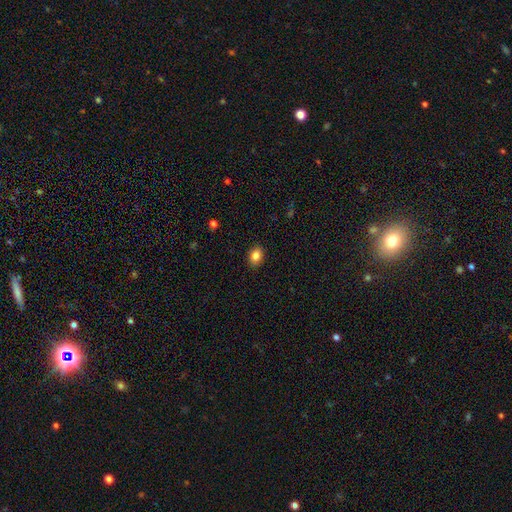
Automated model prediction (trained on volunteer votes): Smooth or featured? Predicted: smooth (p=0.85). How rounded? Predicted: in between (p=0.68). Merging? Predicted: none (p=0.90).